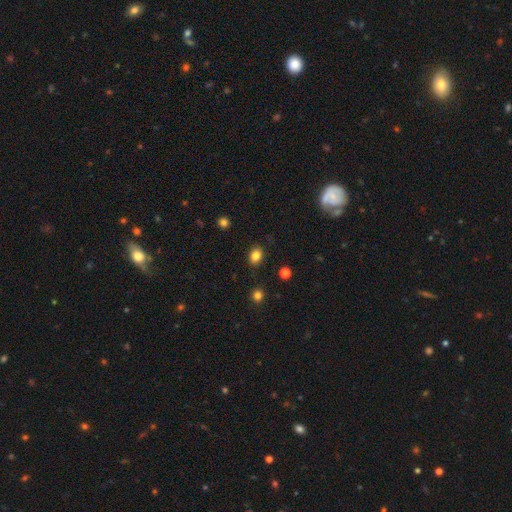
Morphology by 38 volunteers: smooth-or-featured: smooth: 84% | featured or disk: 8% | star or artifact: 8%
  how-rounded: in between: 75% | round: 25% | cigar-shaped: 0%
  merging: none: 86% | minor disturbance: 6% | major disturbance: 6% | merger: 3%